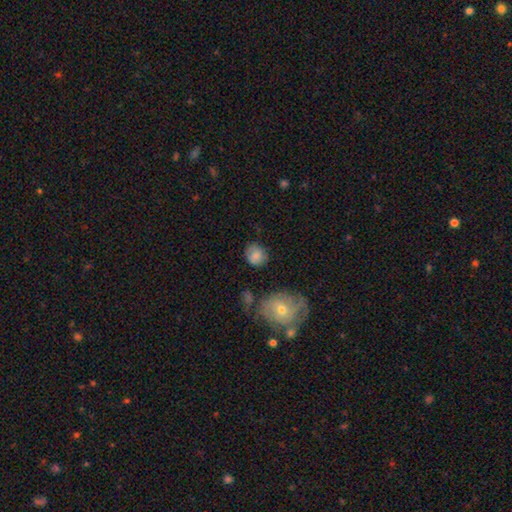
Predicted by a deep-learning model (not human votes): Smooth or featured: smooth — 78% (featured or disk — 14%)
How rounded: round — 78% (in between — 21%)
Merging: none — 77% (minor disturbance — 15%)